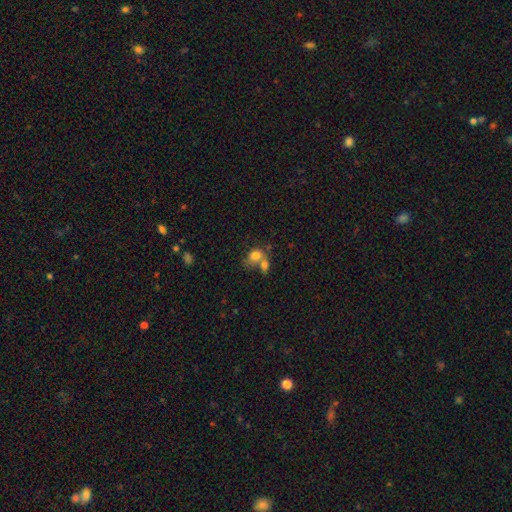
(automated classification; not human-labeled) A smooth galaxy with no disk features (77%) that is in between round and cigar-shaped (57%). Merging: merger (57%).